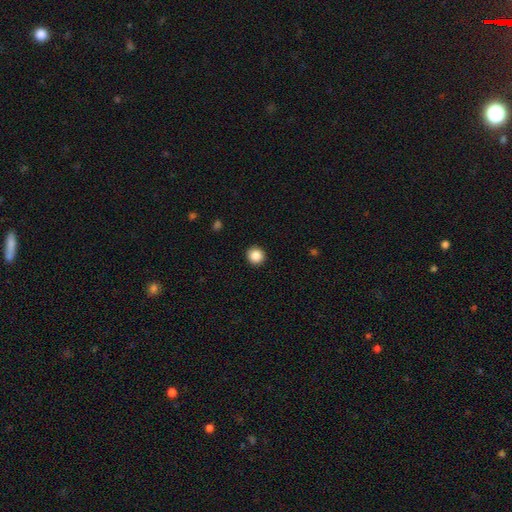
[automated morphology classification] type=smooth (87%); roundness=round (94%); merging=none (93%).